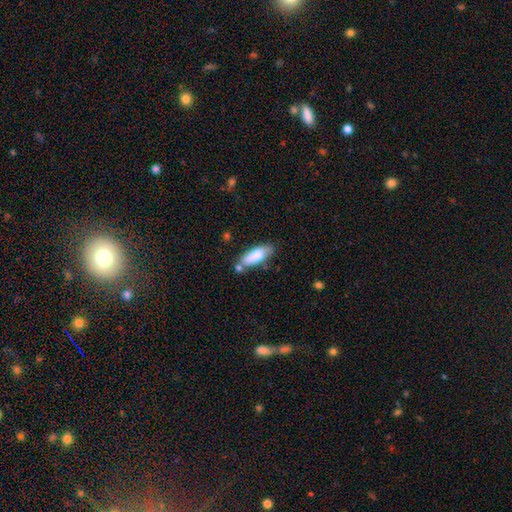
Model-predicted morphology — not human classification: Overall: smooth (79%). How rounded: in between (68%; cigar-shaped 31%). Merging: none (64%).